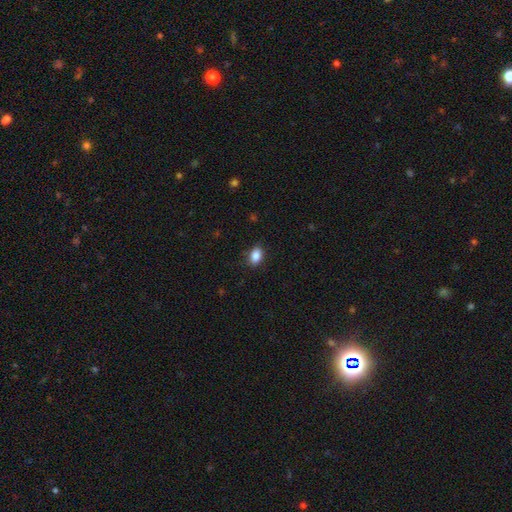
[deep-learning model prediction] Smooth or featured?
  - smooth: 87% *
  - star or artifact: 8%
  - featured or disk: 4%
How rounded?
  - in between: 85% *
  - round: 14%
  - cigar-shaped: 2%
Merging?
  - none: 86% *
  - minor disturbance: 11%
  - major disturbance: 2%
  - merger: 1%